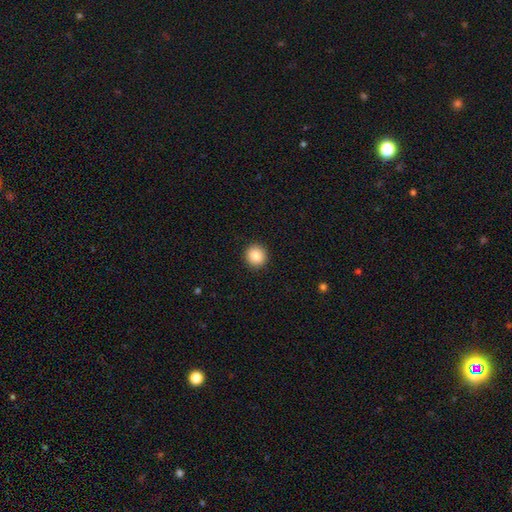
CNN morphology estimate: This is clearly a smooth galaxy (86%). How rounded: clearly round (94%). Merging: clearly none (93%).